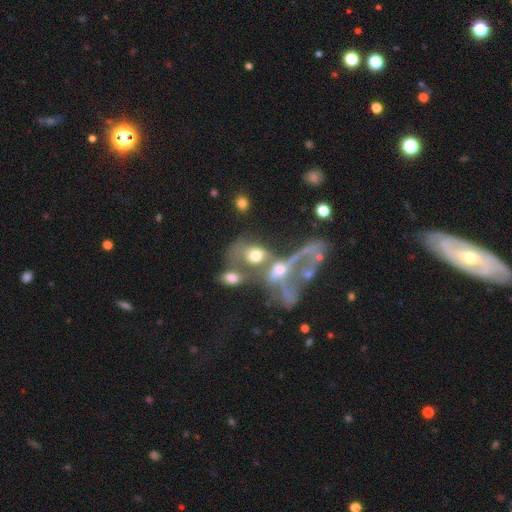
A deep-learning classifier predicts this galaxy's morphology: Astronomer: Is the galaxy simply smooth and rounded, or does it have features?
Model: smooth — 45% (runner-up: featured or disk, 41%).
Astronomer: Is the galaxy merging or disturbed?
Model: merger — 63%.